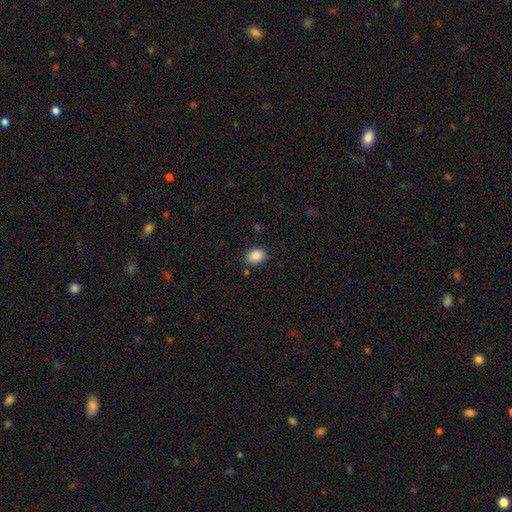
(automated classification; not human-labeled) Overall: smooth (88%). How rounded: in between (60%; round 39%). Merging: none (82%).